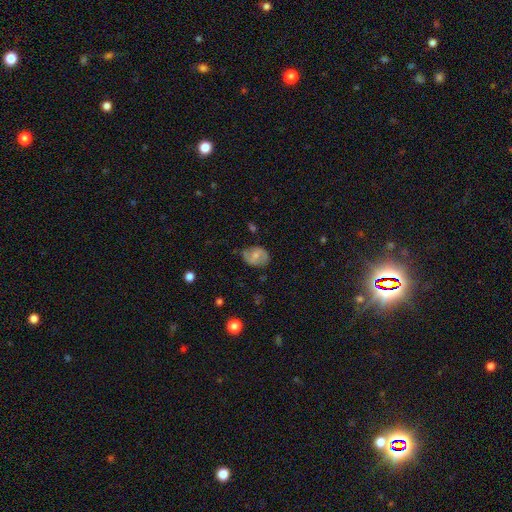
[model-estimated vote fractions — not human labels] Morphology: type=smooth (48%); merging=none (67%).